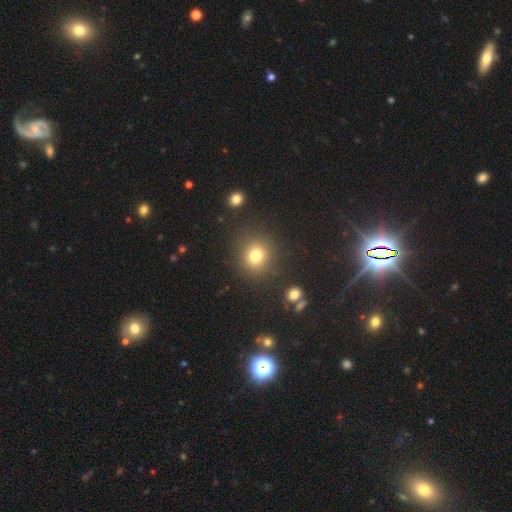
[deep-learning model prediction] Smooth or featured: smooth — 77% (star or artifact — 15%)
How rounded: round — 84% (in between — 15%)
Merging: none — 86% (minor disturbance — 8%)